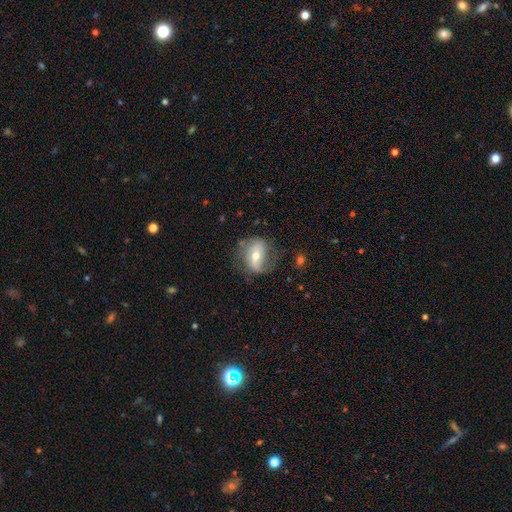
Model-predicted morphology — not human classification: Overall: featured or disk (64%; smooth 28%). Edge-on disk: no (94%). Bar: weak (36%; strong 32%). Spiral arms: yes (79%). Bulge size: moderate (60%; small 34%). Merging: none (61%; minor disturbance 24%).